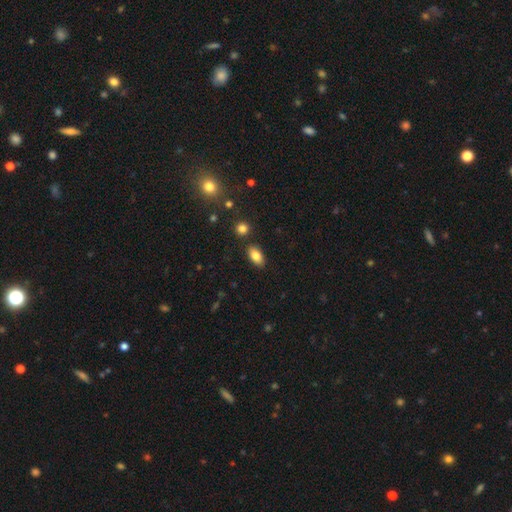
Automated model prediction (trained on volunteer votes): A smooth galaxy with no disk features (83%) that is in between round and cigar-shaped (91%).

Vote fractions:
- Smooth or featured? smooth: 83% / featured or disk: 9% / star or artifact: 9%
- How rounded? in between: 91% / round: 5% / cigar-shaped: 4%
- Merging? none: 85% / minor disturbance: 9% / merger: 4% / major disturbance: 2%